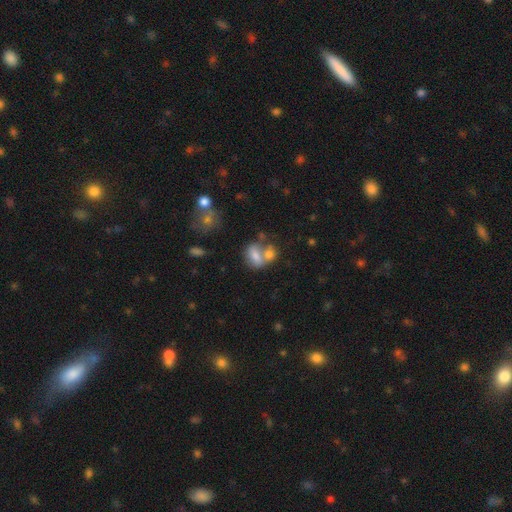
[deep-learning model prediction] Smooth or featured?
  - smooth: 71% *
  - featured or disk: 18%
  - star or artifact: 11%
How rounded?
  - in between: 73% *
  - round: 23%
  - cigar-shaped: 4%
Merging?
  - merger: 55% *
  - none: 29%
  - minor disturbance: 10%
  - major disturbance: 6%